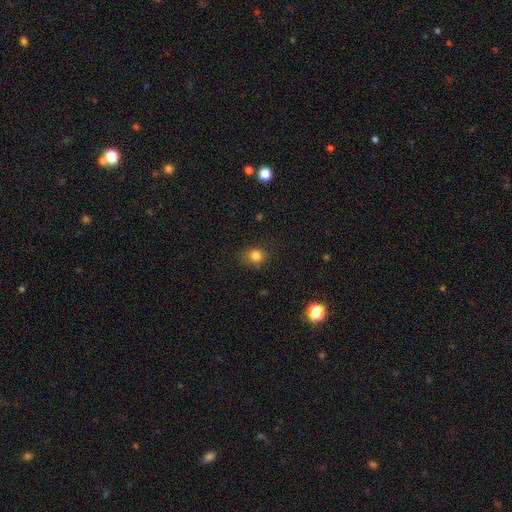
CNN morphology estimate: Overall: smooth (82%). How rounded: round (68%; in between 31%). Merging: none (80%).